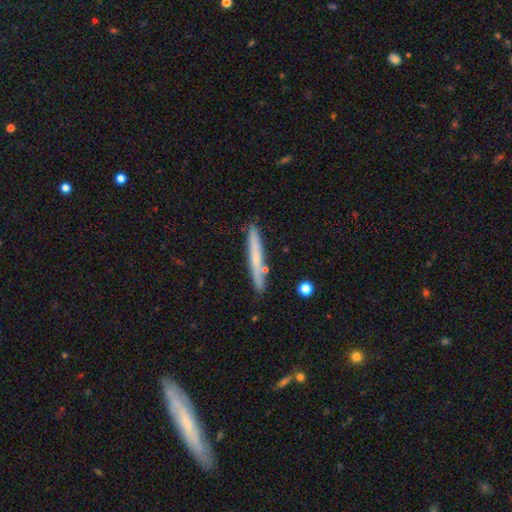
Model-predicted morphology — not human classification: This is possibly a smooth galaxy (58%). How rounded: clearly cigar-shaped (95%). Merging: clearly none (80%).